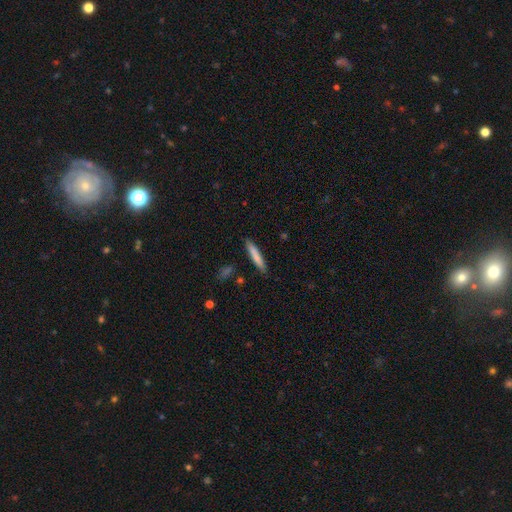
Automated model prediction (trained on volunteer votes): Morphology: type=smooth (78%); roundness=cigar-shaped (92%); merging=none (88%).